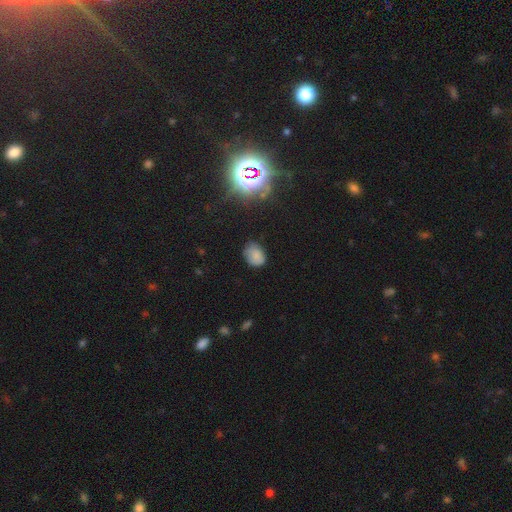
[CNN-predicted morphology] Smooth or featured? smooth (78%)
How rounded? in between (67%)
Merging? none (63%)